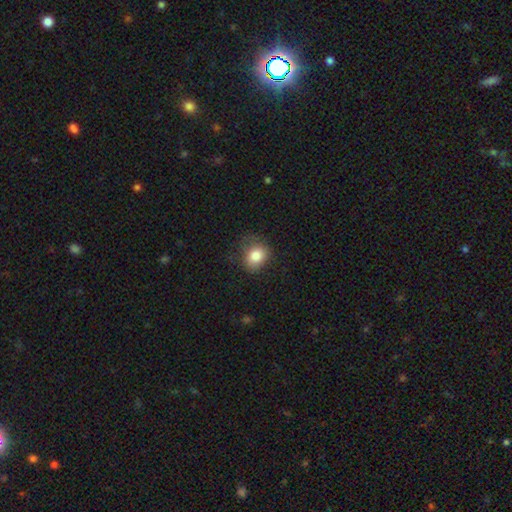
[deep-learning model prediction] A smooth galaxy with no disk features (83%) that is round (59%).

Vote fractions:
- Smooth or featured? smooth: 83% / star or artifact: 10% / featured or disk: 8%
- How rounded? round: 59% / in between: 40% / cigar-shaped: 1%
- Merging? none: 65% / minor disturbance: 24% / major disturbance: 10% / merger: 1%